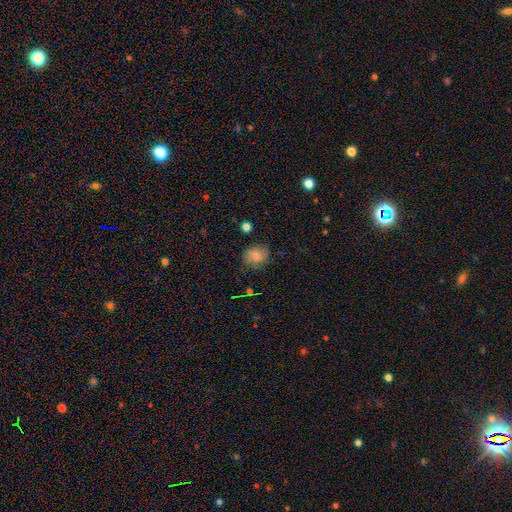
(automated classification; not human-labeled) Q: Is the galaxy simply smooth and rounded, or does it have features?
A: smooth — 71%.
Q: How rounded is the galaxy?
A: round — 63%.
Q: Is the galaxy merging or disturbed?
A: none — 76%.